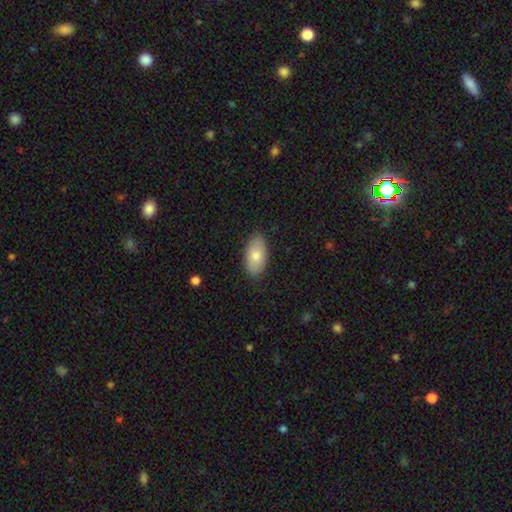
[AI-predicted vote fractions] Q: Smooth or featured?
A: smooth (78%); runner-up: featured or disk (16%)
Q: How rounded?
A: in between (94%); runner-up: round (3%)
Q: Merging?
A: none (87%); runner-up: minor disturbance (10%)